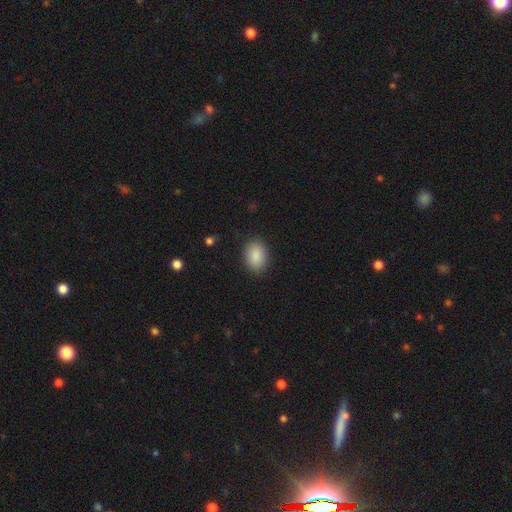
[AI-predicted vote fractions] Overall: smooth (89%). How rounded: in between (74%). Merging: none (87%).